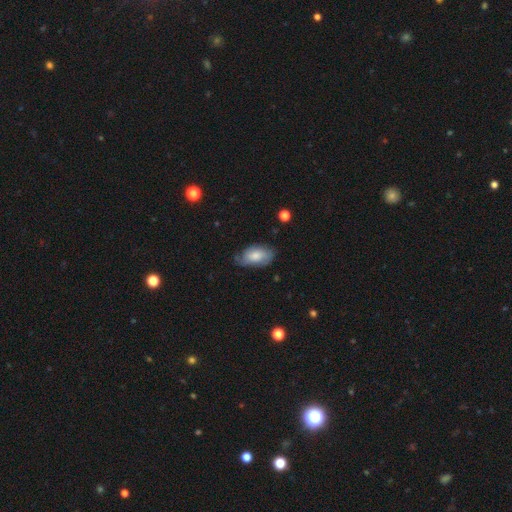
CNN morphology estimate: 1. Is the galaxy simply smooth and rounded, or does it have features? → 68% smooth, 25% featured or disk, 7% star or artifact.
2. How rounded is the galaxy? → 93% in between, 4% round, 3% cigar-shaped.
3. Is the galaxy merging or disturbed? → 60% none, 30% minor disturbance, 8% major disturbance, 2% merger.